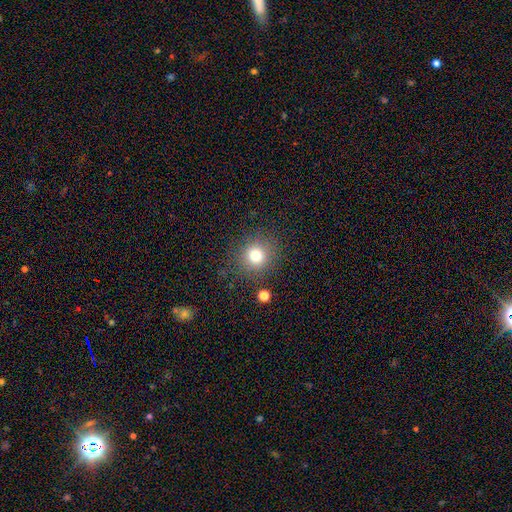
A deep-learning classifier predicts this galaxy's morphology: The model was most divided on "smooth or featured": smooth: 78%, star or artifact: 14%, featured or disk: 8%. More confident: how rounded — round (89%); merging — none (85%).